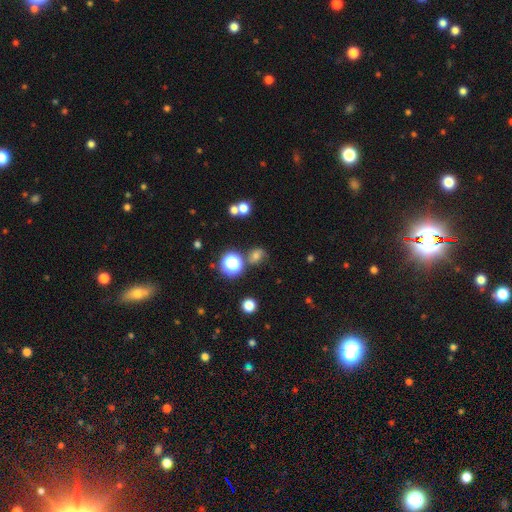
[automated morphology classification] A smooth galaxy with no disk features (57%) that is round (65%).

Vote fractions:
- Smooth or featured? smooth: 57% / star or artifact: 28% / featured or disk: 15%
- How rounded? round: 65% / in between: 33% / cigar-shaped: 1%
- Merging? none: 67% / minor disturbance: 18% / major disturbance: 8% / merger: 8%